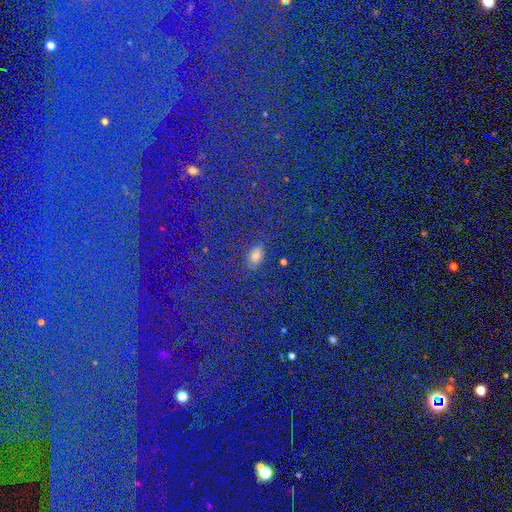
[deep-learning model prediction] Smooth or featured? Predicted: smooth (p=0.62). How rounded? Predicted: in between (p=0.83). Merging? Predicted: none (p=0.82).